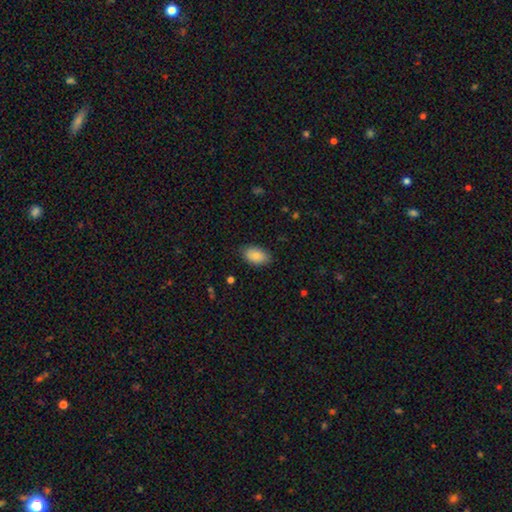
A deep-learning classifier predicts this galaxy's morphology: The model was most divided on "merging": none: 84%, minor disturbance: 12%, major disturbance: 3%, merger: 1%. More confident: how rounded — in between (93%); smooth or featured — smooth (88%).